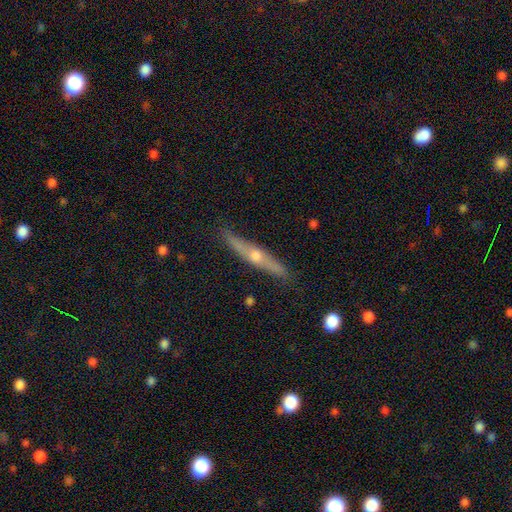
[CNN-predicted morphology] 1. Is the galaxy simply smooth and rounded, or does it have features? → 67% featured or disk, 27% smooth, 6% star or artifact.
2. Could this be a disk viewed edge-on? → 94% yes, 6% no.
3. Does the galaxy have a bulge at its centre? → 91% rounded, 6% none, 2% boxy.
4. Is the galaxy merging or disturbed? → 85% none, 11% minor disturbance, 2% major disturbance, 1% merger.